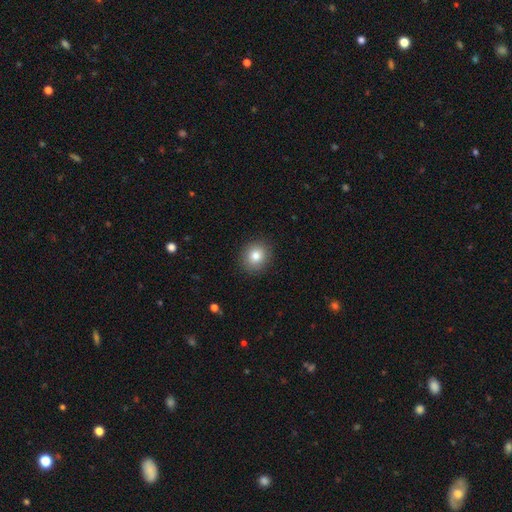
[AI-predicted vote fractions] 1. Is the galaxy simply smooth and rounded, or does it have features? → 82% smooth, 10% star or artifact, 8% featured or disk.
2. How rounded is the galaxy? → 79% round, 20% in between, 1% cigar-shaped.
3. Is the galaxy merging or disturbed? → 90% none, 7% minor disturbance, 2% major disturbance, 1% merger.